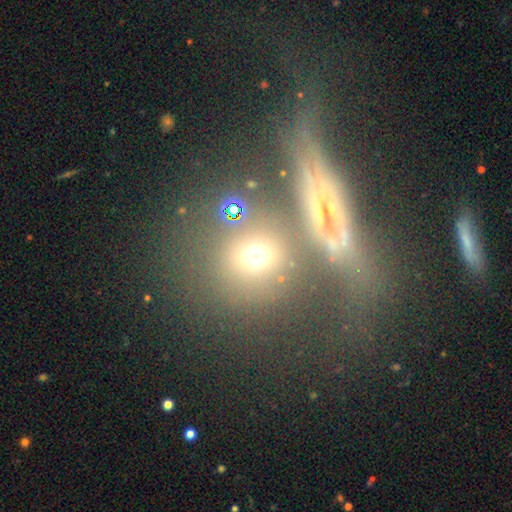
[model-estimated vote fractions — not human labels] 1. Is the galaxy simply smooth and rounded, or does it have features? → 56% smooth, 23% star or artifact, 21% featured or disk.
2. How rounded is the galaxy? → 75% round, 22% in between, 3% cigar-shaped.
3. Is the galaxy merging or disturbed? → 61% none, 15% merger, 13% minor disturbance, 10% major disturbance.